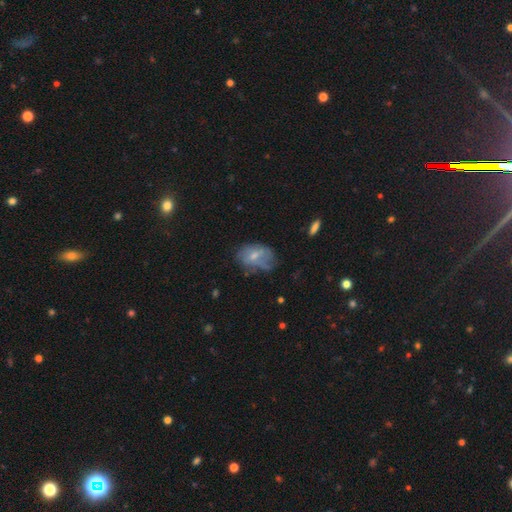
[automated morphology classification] The model was most divided on "smooth or featured": smooth: 49%, featured or disk: 42%, star or artifact: 9%. Remaining: merging — none (42%).